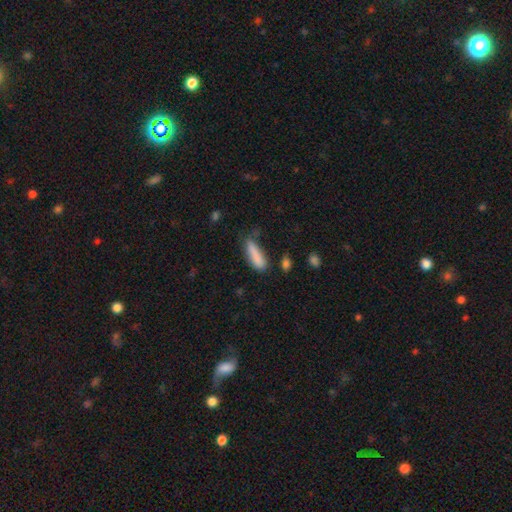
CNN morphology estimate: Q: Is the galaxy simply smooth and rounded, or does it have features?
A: smooth — 84%.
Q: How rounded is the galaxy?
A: cigar-shaped — 56%.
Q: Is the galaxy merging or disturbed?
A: none — 52%.